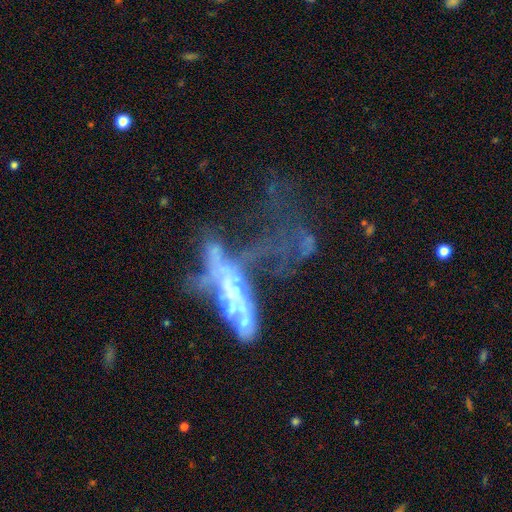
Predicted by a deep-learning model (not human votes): featured or disk 61%, smooth 20%, star or artifact 19%. Down the decision tree: edge-on disk — no (74%); merging — merger (40%).